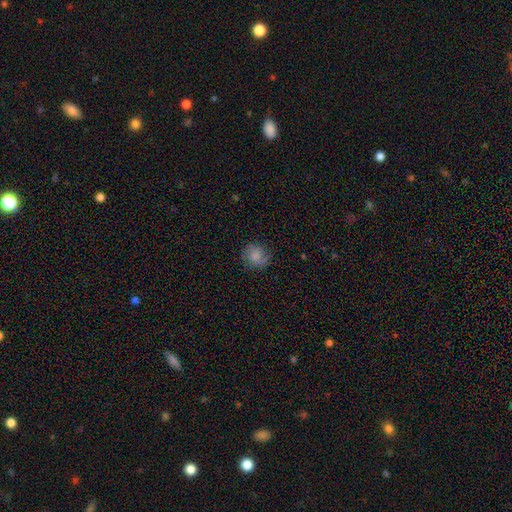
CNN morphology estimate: This appears to be a smooth galaxy with no disk features (71%) that is round (80%). Merging: none (74%).